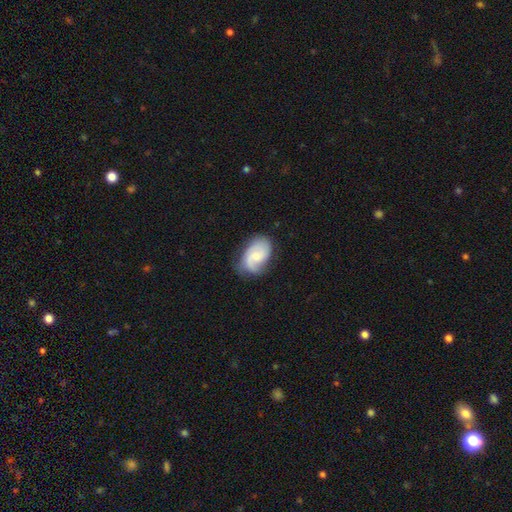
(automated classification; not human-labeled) This appears to be a featured or disk galaxy (66%) with no bar (59%), 2 (62%) medium (45%) spiral arms (93%) and a small central bulge (49%). Merging: none (63%).